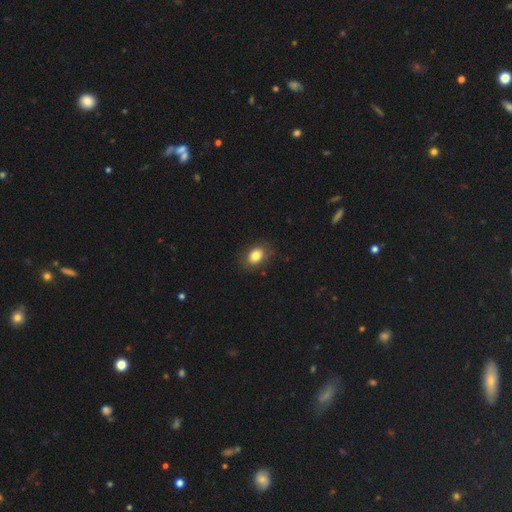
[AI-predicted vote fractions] smooth_or_featured: smooth (p=0.83) [alt: star or artifact p=0.09]
how_rounded: in between (p=0.66) [alt: round p=0.33]
merging: none (p=0.83) [alt: minor disturbance p=0.13]